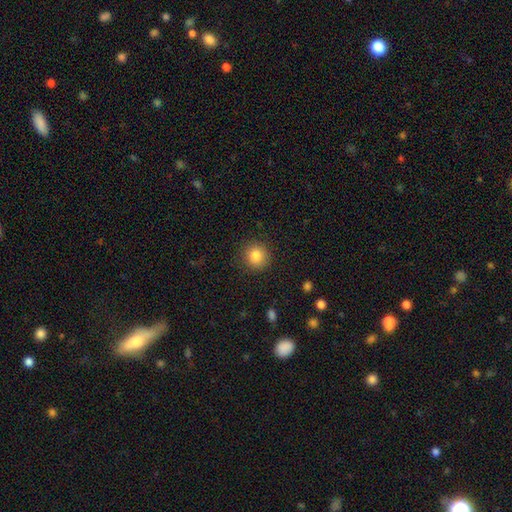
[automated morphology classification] smooth 85%, star or artifact 10%, featured or disk 5%. Down the decision tree: how rounded — round (91%); merging — none (90%).